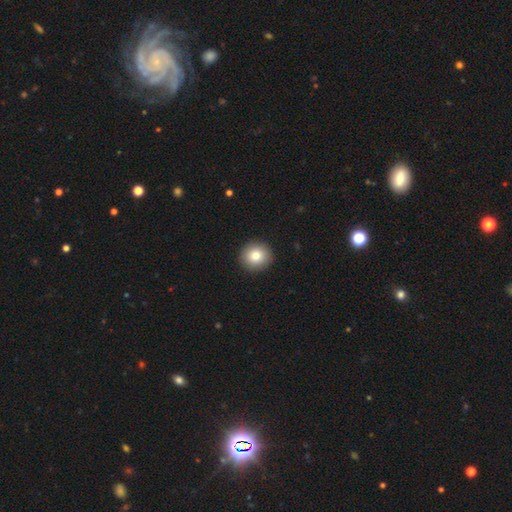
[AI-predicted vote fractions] Q: Smooth or featured?
A: smooth (81%); runner-up: featured or disk (10%)
Q: How rounded?
A: round (91%); runner-up: in between (8%)
Q: Merging?
A: none (92%); runner-up: minor disturbance (5%)